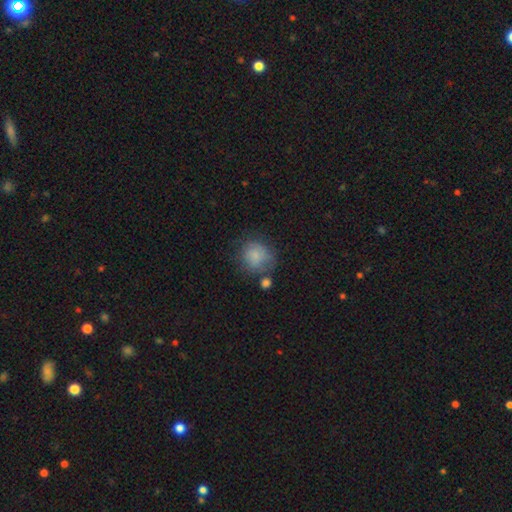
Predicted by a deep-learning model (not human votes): A smooth galaxy with no disk features (79%) that is round (82%). Merging: none (57%).